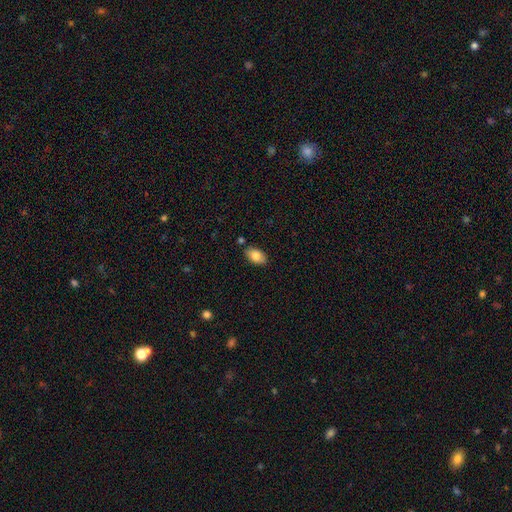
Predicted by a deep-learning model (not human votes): Smooth or featured? Predicted: smooth (p=0.83). How rounded? Predicted: in between (p=0.92). Merging? Predicted: none (p=0.82).